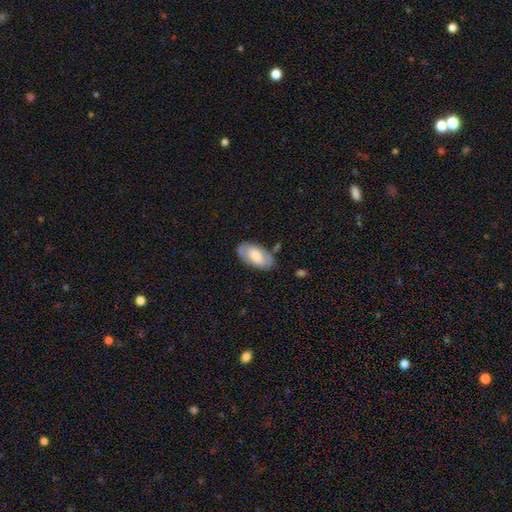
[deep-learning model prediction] This is possibly a smooth galaxy (59%). How rounded: clearly in between (94%). Merging: likely none (75%).